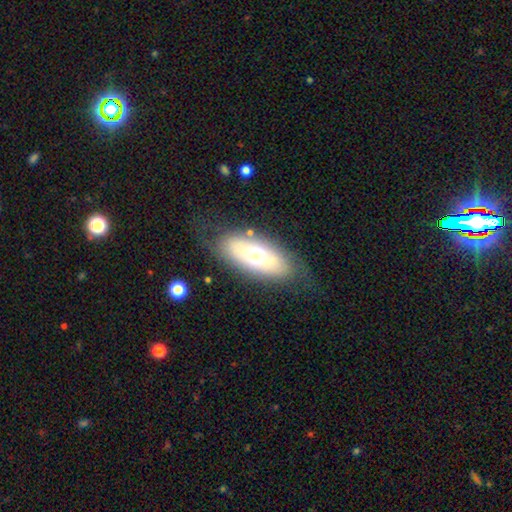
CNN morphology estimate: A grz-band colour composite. It shows a smooth galaxy with no disk features (56%) that is in between round and cigar-shaped (83%). Merging: none (73%).